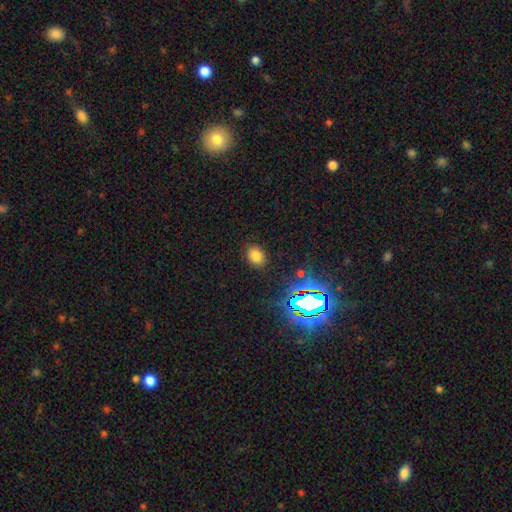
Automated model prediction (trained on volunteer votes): The model was most divided on "how rounded": in between: 65%, round: 34%, cigar-shaped: 1%. More confident: merging — none (86%); smooth or featured — smooth (76%).